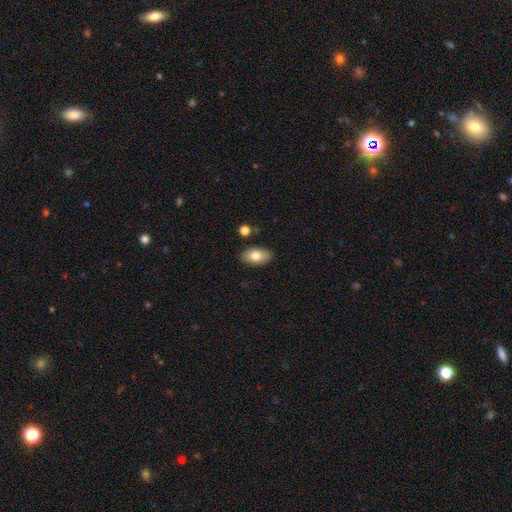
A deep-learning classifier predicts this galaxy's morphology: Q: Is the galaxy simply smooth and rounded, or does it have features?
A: smooth — 79%.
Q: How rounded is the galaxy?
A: in between — 92%.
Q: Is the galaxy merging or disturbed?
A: none — 86%.